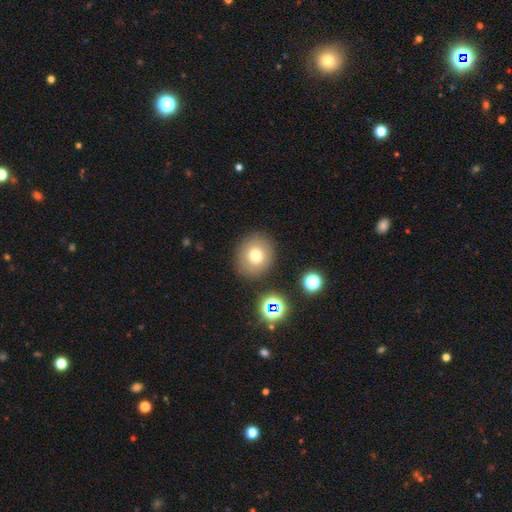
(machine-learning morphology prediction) Q: Smooth or featured?
A: smooth (74%); runner-up: star or artifact (13%)
Q: How rounded?
A: round (78%); runner-up: in between (21%)
Q: Merging?
A: none (84%); runner-up: minor disturbance (9%)